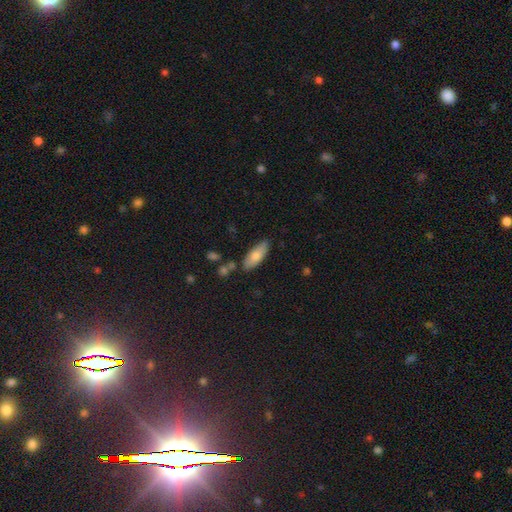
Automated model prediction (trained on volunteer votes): Morphology: type=smooth (74%); roundness=in between (72%); merging=none (80%).